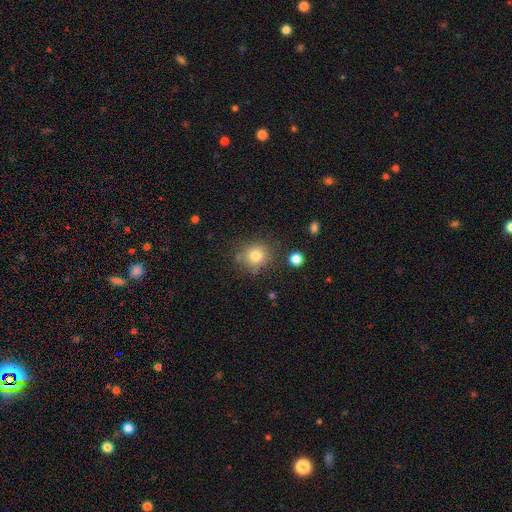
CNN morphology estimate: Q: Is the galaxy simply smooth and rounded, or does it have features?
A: smooth — 79%.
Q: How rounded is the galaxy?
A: round — 87%.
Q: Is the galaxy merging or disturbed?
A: none — 77%.